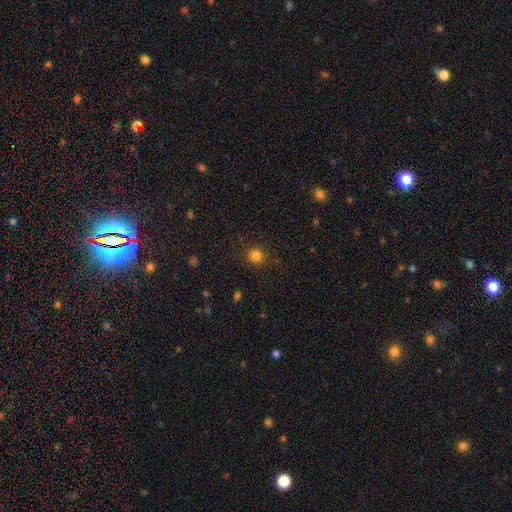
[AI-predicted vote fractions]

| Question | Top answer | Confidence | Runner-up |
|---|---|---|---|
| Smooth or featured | smooth | 82% | star or artifact (14%) |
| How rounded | round | 93% | in between (6%) |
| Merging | none | 89% | minor disturbance (7%) |